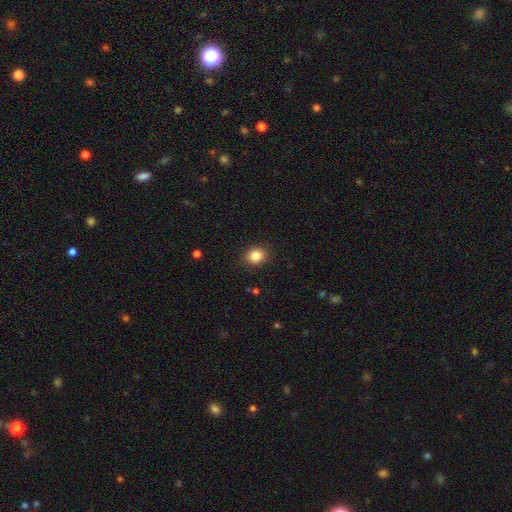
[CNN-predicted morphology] Smooth or featured?
  - smooth: 85% *
  - star or artifact: 10%
  - featured or disk: 5%
How rounded?
  - round: 66% *
  - in between: 33%
  - cigar-shaped: 1%
Merging?
  - none: 89% *
  - minor disturbance: 8%
  - major disturbance: 2%
  - merger: 1%